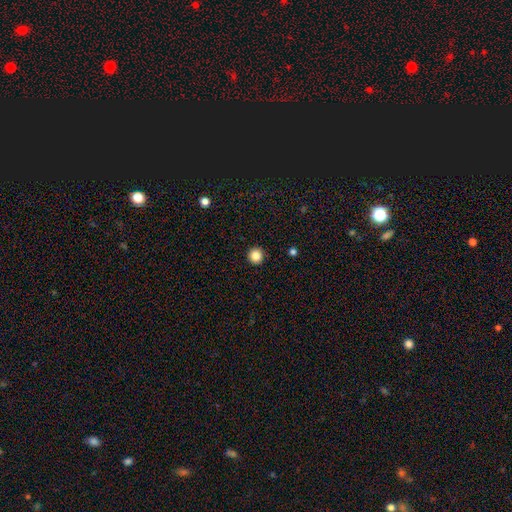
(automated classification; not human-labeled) Smooth or featured?
  - smooth: 85% *
  - star or artifact: 11%
  - featured or disk: 4%
How rounded?
  - round: 95% *
  - in between: 4%
  - cigar-shaped: 1%
Merging?
  - none: 93% *
  - minor disturbance: 4%
  - major disturbance: 1%
  - merger: 1%